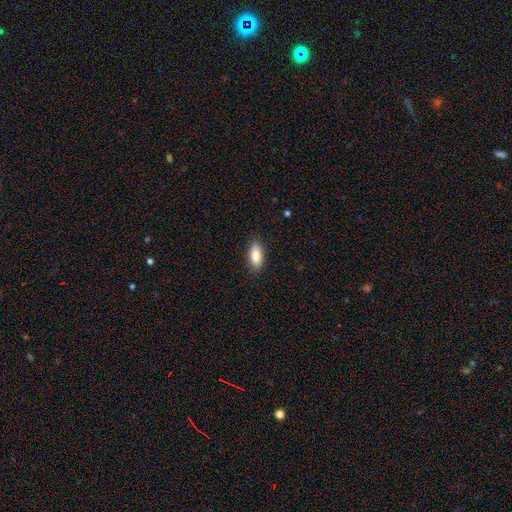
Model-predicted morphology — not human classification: A smooth galaxy with no disk features (83%) that is in between round and cigar-shaped (85%).

Vote fractions:
- Smooth or featured? smooth: 83% / featured or disk: 10% / star or artifact: 7%
- How rounded? in between: 85% / cigar-shaped: 12% / round: 3%
- Merging? none: 87% / minor disturbance: 10% / major disturbance: 2% / merger: 1%